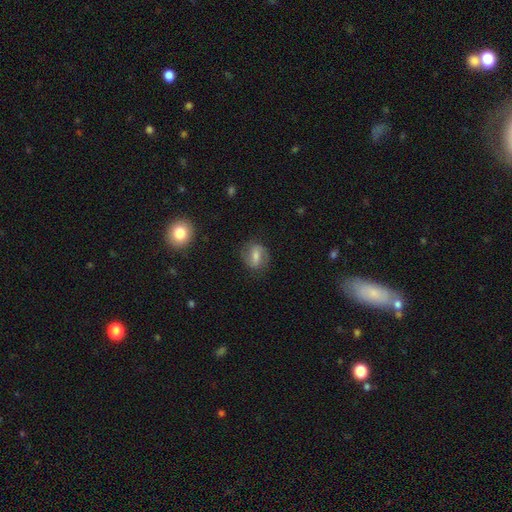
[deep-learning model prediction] This is possibly a featured or disk galaxy (52%). It is clearly not viewed edge-on (94%). Merging: likely none (78%).